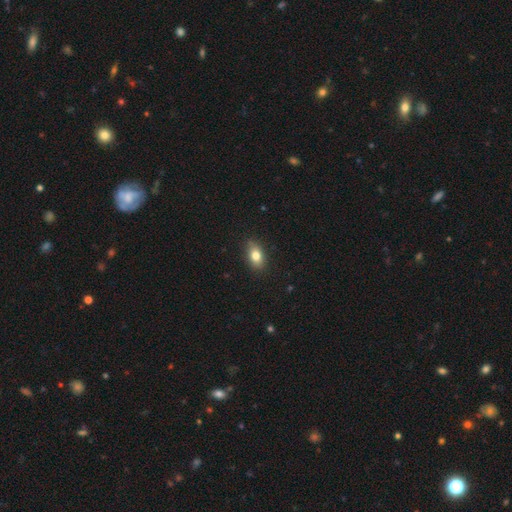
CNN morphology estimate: type=smooth (79%); roundness=in between (82%); merging=none (85%).